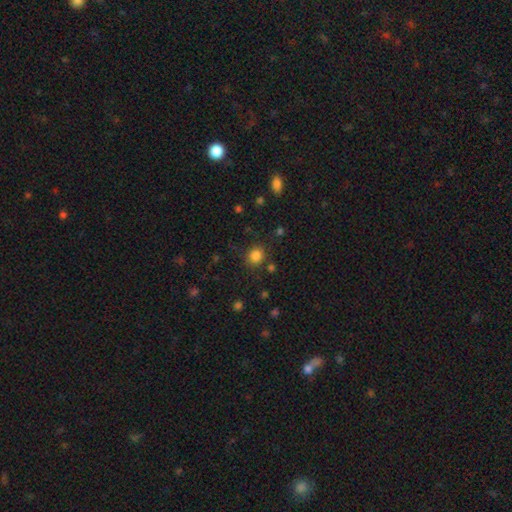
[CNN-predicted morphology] Overall: smooth (83%). How rounded: round (81%). Merging: none (82%).